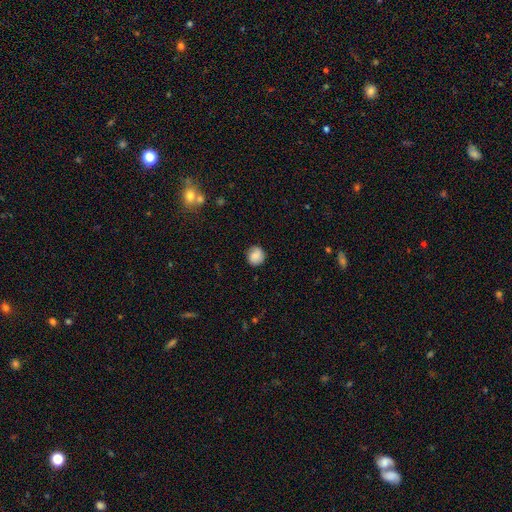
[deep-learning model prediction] smooth 81%, featured or disk 11%, star or artifact 8%. Down the decision tree: how rounded — round (88%); merging — none (84%).